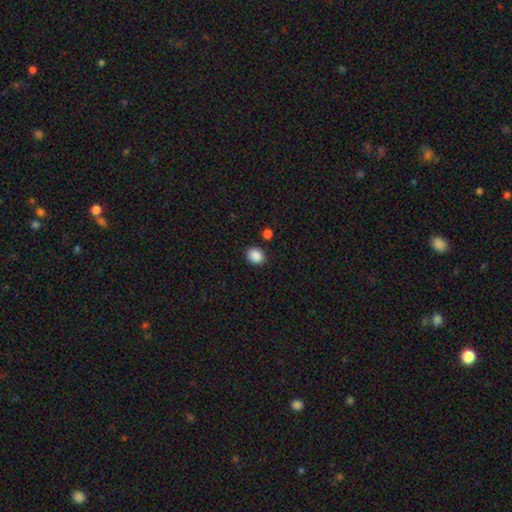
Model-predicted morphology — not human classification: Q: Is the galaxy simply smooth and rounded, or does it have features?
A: smooth — 88%.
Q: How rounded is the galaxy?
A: round — 66%.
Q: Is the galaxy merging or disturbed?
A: none — 87%.